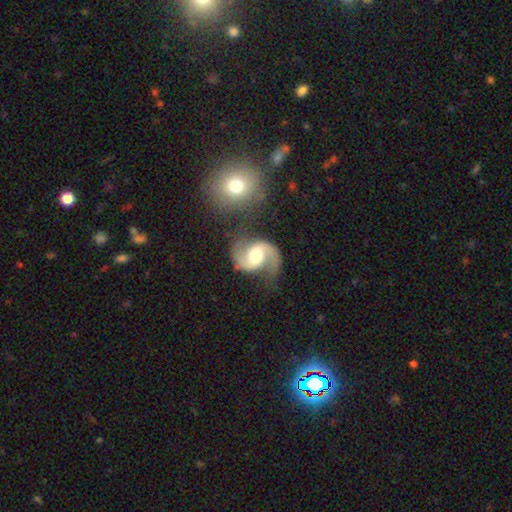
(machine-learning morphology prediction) Q: Smooth or featured?
A: featured or disk (90%); runner-up: smooth (6%)
Q: Edge-on disk?
A: no (98%); runner-up: yes (2%)
Q: Bar?
A: weak (43%); runner-up: no (38%)
Q: Spiral arms?
A: yes (98%); runner-up: no (2%)
Q: Spiral winding?
A: medium (51%); runner-up: loose (38%)
Q: Spiral arm count?
A: 2 (93%); runner-up: 1 (2%)
Q: Bulge size?
A: moderate (68%); runner-up: small (17%)
Q: Merging?
A: none (65%); runner-up: minor disturbance (17%)